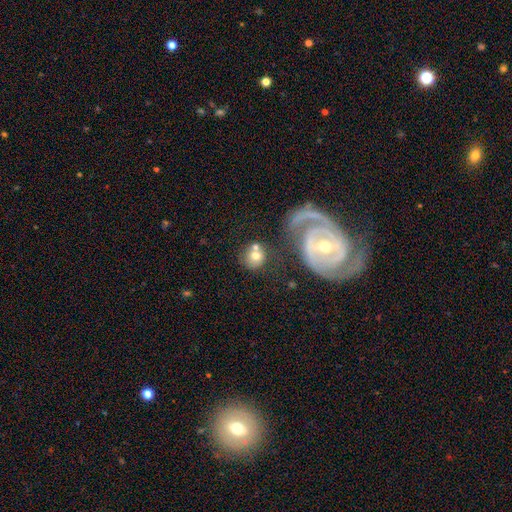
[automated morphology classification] Q: Smooth or featured?
A: smooth (63%); runner-up: featured or disk (27%)
Q: How rounded?
A: round (83%); runner-up: in between (16%)
Q: Merging?
A: none (50%); runner-up: merger (29%)